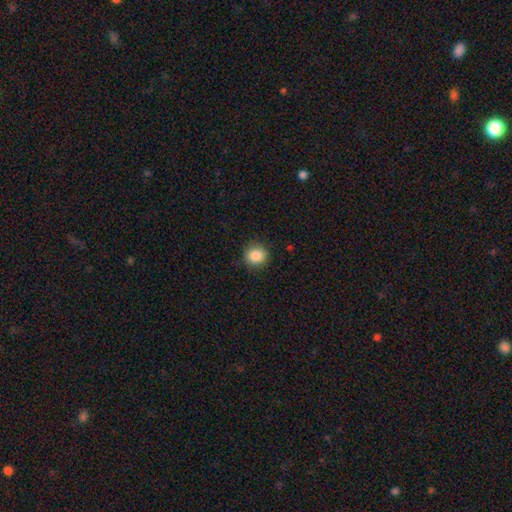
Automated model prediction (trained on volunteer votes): smooth 87%, star or artifact 9%, featured or disk 4%. Down the decision tree: how rounded — round (87%); merging — none (87%).